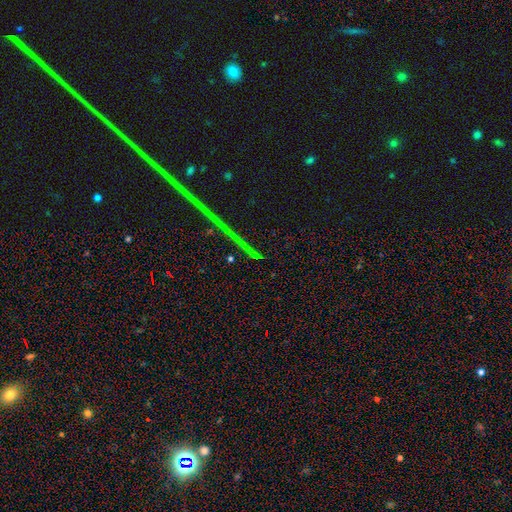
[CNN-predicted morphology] Overall: star or artifact (84%).